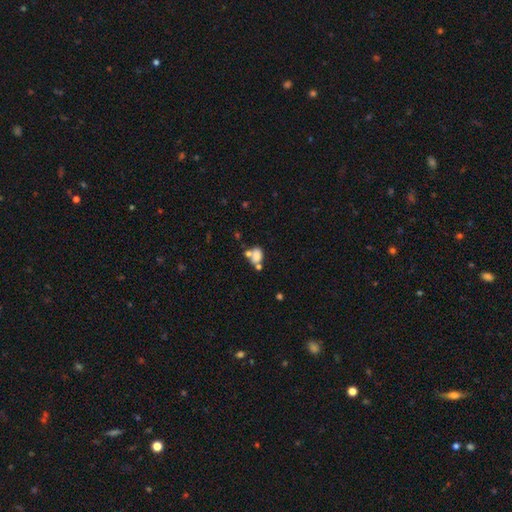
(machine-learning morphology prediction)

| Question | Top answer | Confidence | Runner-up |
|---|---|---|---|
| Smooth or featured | smooth | 70% | featured or disk (18%) |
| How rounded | in between | 75% | round (23%) |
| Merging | merger | 46% | none (31%) |